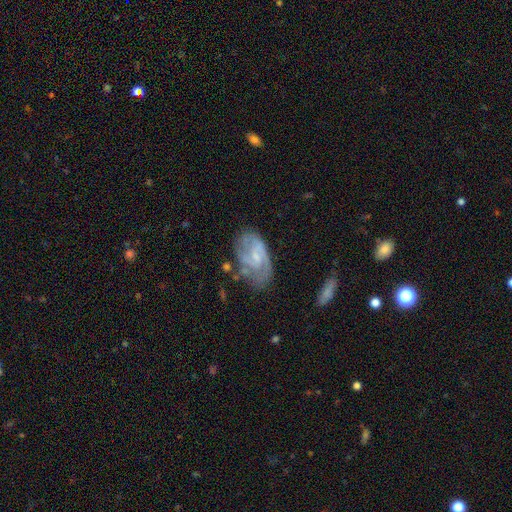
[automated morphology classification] Smooth or featured? featured or disk (76%)
Edge-on disk? no (96%)
Bar? no (46%, tied with weak)
Spiral arms? yes (88%)
Spiral winding? medium (46%)
Spiral arm count? 2 (52%)
Bulge size? small (61%)
Merging? none (57%)